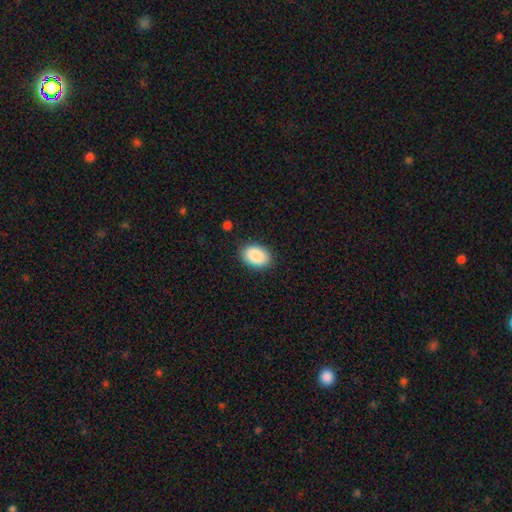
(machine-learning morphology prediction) Smooth or featured?
  - smooth: 90% *
  - star or artifact: 6%
  - featured or disk: 4%
How rounded?
  - in between: 87% *
  - round: 12%
  - cigar-shaped: 1%
Merging?
  - none: 88% *
  - minor disturbance: 9%
  - major disturbance: 2%
  - merger: 1%